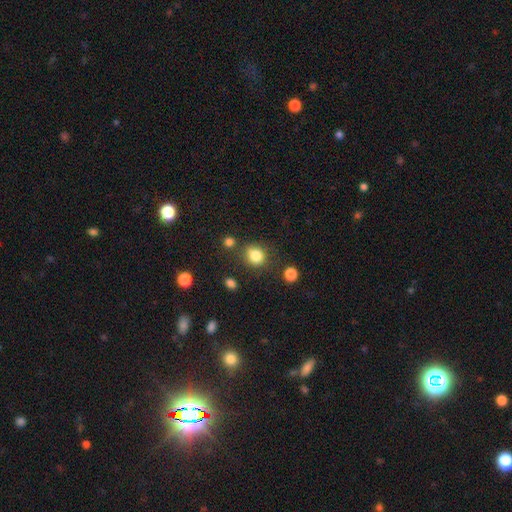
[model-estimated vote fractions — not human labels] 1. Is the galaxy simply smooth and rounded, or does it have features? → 83% smooth, 11% star or artifact, 5% featured or disk.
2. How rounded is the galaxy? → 72% round, 27% in between, 1% cigar-shaped.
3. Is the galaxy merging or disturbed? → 72% none, 15% minor disturbance, 7% merger, 5% major disturbance.